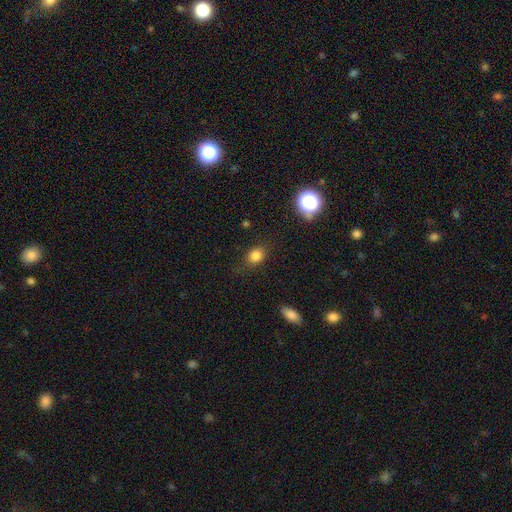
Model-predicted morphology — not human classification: Smooth or featured? smooth (82%)
How rounded? in between (55%)
Merging? none (82%)